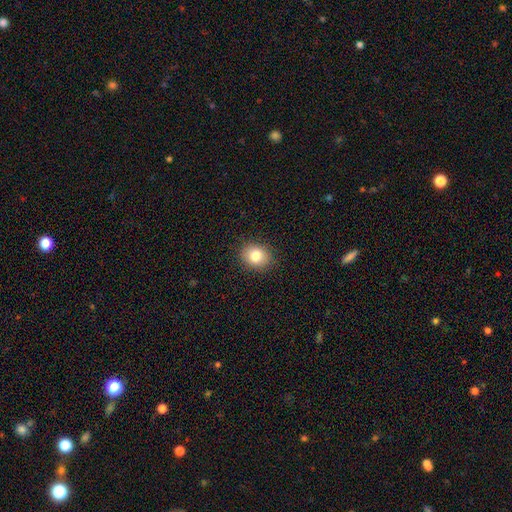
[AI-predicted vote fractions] This is clearly a smooth galaxy (81%). How rounded: possibly round (57%). Merging: clearly none (90%).